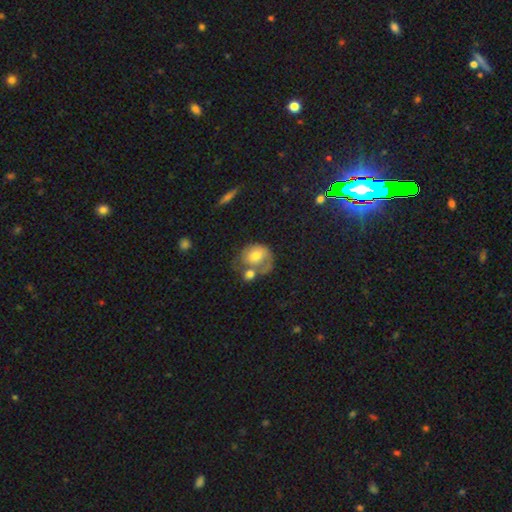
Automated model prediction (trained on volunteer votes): A smooth galaxy with no disk features (53%) that is round (60%).

Vote fractions:
- Smooth or featured? smooth: 53% / featured or disk: 38% / star or artifact: 8%
- How rounded? round: 60% / in between: 39% / cigar-shaped: 1%
- Merging? merger: 39% / none: 26% / major disturbance: 18% / minor disturbance: 16%